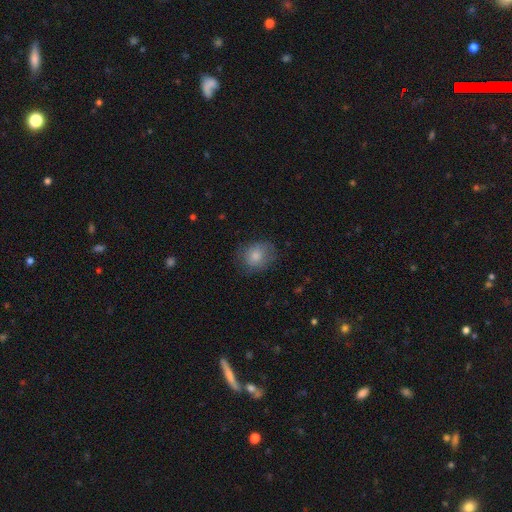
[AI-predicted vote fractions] This is likely a smooth galaxy (78%). How rounded: likely round (62%). Merging: likely none (69%).